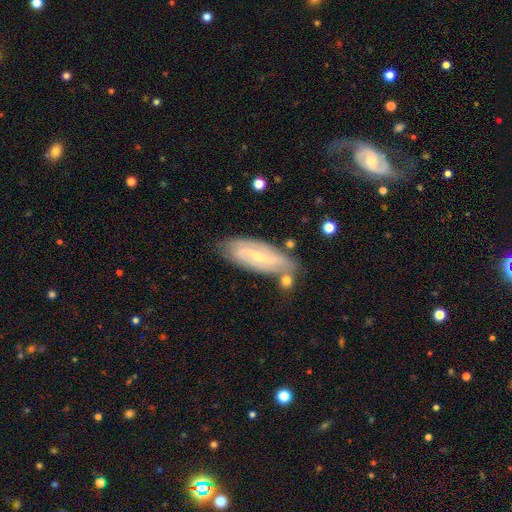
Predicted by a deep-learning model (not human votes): This is likely a featured or disk galaxy (69%). It is clearly not viewed edge-on (80%). Bar: marginally weak (43%). Spiral arm pattern: likely yes (80%). Central bulge: likely small (68%). Merging: likely none (66%).